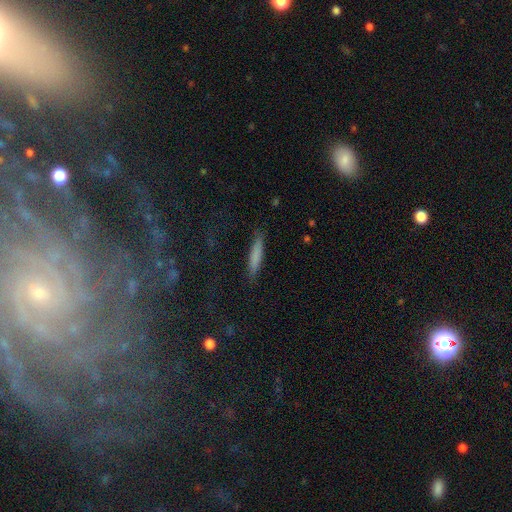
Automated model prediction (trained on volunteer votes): This appears to be a smooth galaxy with no disk features (75%) that is cigar-shaped (90%). Merging: none (86%).